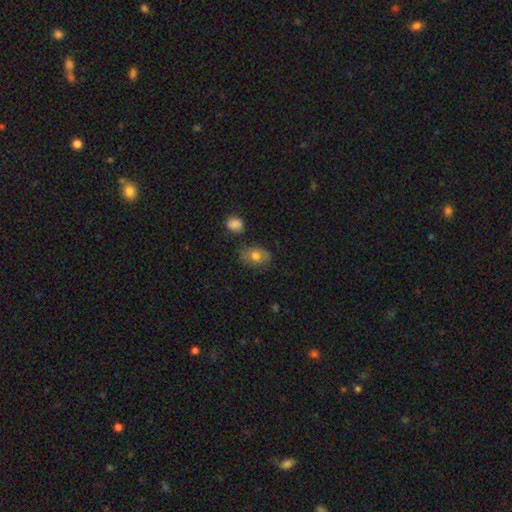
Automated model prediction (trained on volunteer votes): Q: Smooth or featured?
A: smooth (72%); runner-up: featured or disk (19%)
Q: How rounded?
A: in between (76%); runner-up: round (22%)
Q: Merging?
A: none (71%); runner-up: minor disturbance (20%)